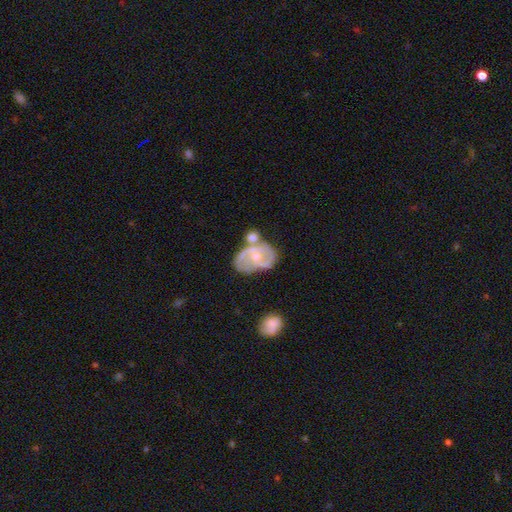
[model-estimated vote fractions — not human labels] A featured or disk galaxy (74%) with no bar (59%), 2 (59%) medium (48%) spiral arms (80%) and a moderate central bulge (47%).

Vote fractions:
- Smooth or featured? featured or disk: 74% / smooth: 20% / star or artifact: 6%
- Edge-on disk? no: 97% / yes: 3%
- Bar? no: 59% / weak: 34% / strong: 7%
- Spiral arms? yes: 80% / no: 20%
- Spiral winding? medium: 48% / tight: 31% / loose: 21%
- Spiral arm count? 2: 59% / can't tell: 22% / 3: 9% / 1: 5% / 4: 2% / more than 4: 2%
- Bulge size? moderate: 47% / small: 46% / none: 4% / large: 2% / dominant: 1%
- Merging? none: 37% / merger: 27% / minor disturbance: 22% / major disturbance: 13%